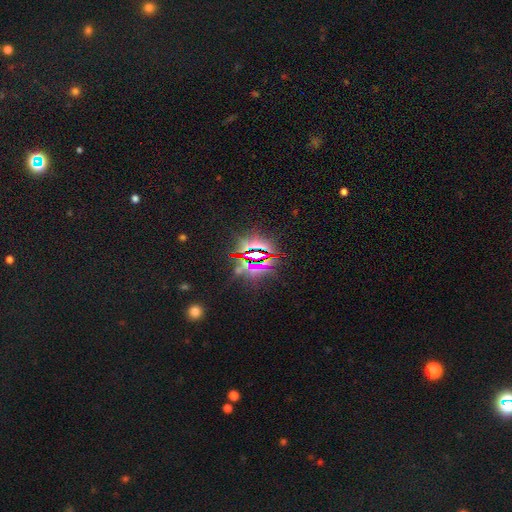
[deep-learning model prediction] Smooth or featured?
  - star or artifact: 79% *
  - smooth: 11%
  - featured or disk: 9%